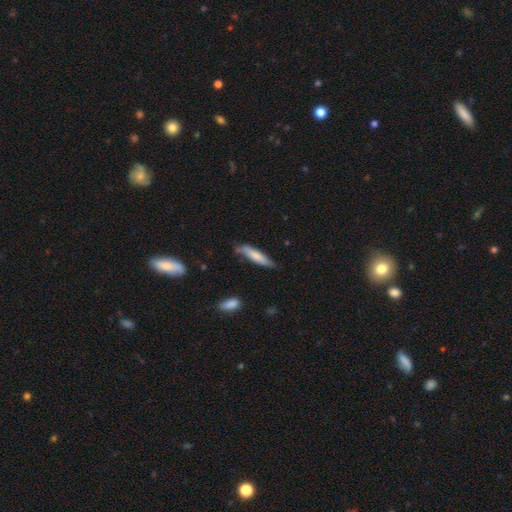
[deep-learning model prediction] Smooth or featured? smooth (74%)
How rounded? cigar-shaped (81%)
Merging? none (66%)